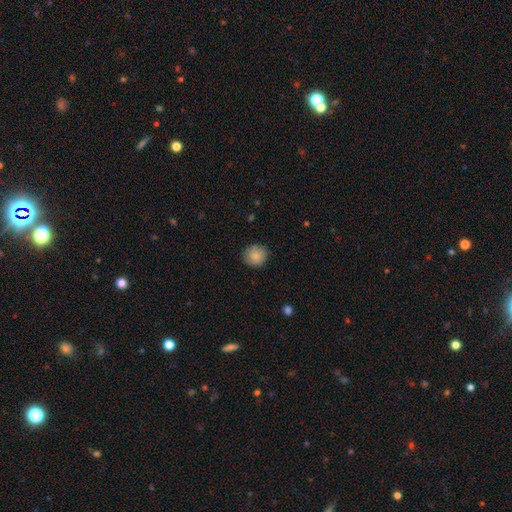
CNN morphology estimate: type=smooth (84%); roundness=round (88%); merging=none (84%).